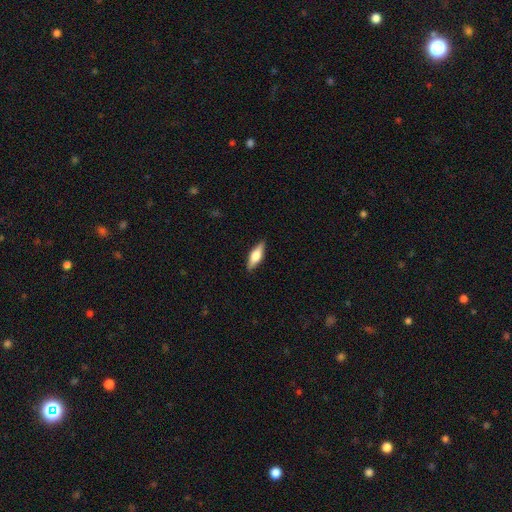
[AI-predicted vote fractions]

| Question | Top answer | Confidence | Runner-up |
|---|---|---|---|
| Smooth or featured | smooth | 49% | featured or disk (45%) |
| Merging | none | 88% | minor disturbance (9%) |